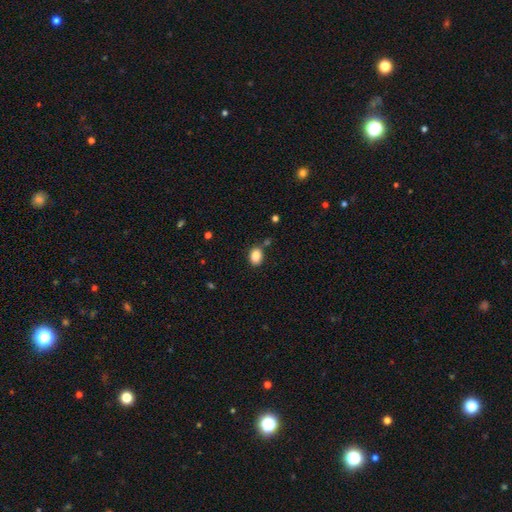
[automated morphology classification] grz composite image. It shows a smooth galaxy with no disk features (87%) that is in between round and cigar-shaped (75%). Merging: none (77%).